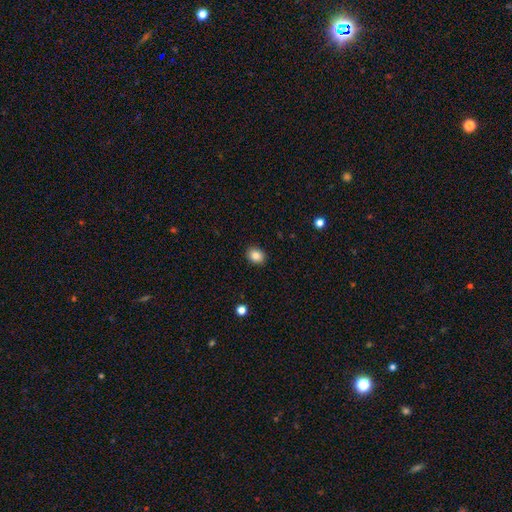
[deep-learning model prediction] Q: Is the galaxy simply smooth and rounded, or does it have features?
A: smooth — 84%.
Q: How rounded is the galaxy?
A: round — 52%.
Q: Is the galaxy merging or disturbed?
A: none — 90%.